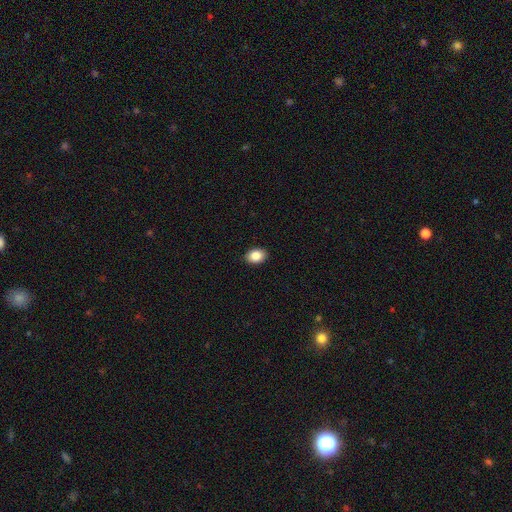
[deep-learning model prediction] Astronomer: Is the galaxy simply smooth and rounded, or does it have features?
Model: smooth — 87%.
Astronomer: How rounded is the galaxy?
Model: in between — 73%.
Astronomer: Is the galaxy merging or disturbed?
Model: none — 91%.